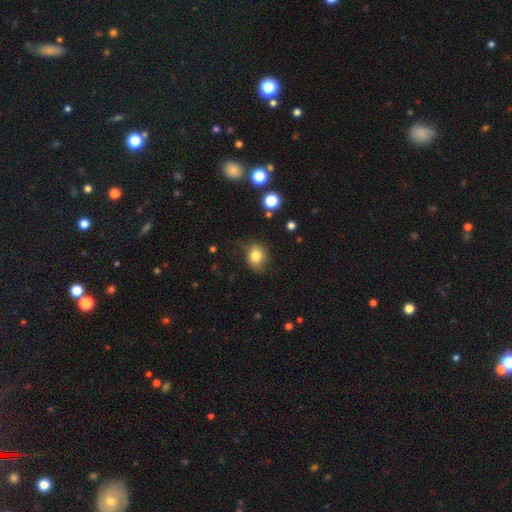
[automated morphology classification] Smooth or featured: smooth — 80% (star or artifact — 10%)
How rounded: round — 50% (in between — 49%)
Merging: none — 69% (minor disturbance — 23%)